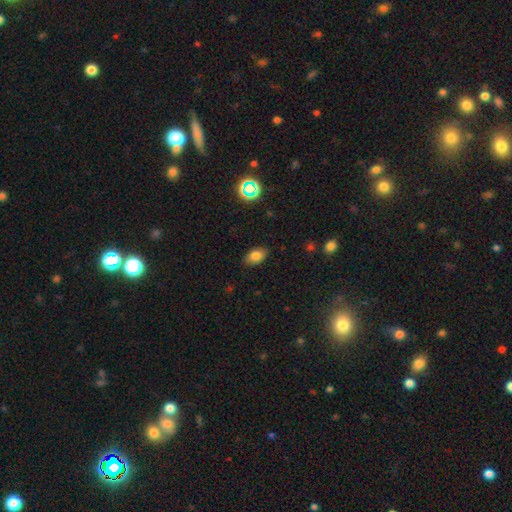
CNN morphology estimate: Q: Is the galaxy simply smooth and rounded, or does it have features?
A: smooth — 79%.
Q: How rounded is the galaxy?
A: in between — 89%.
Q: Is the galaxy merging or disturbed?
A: none — 85%.